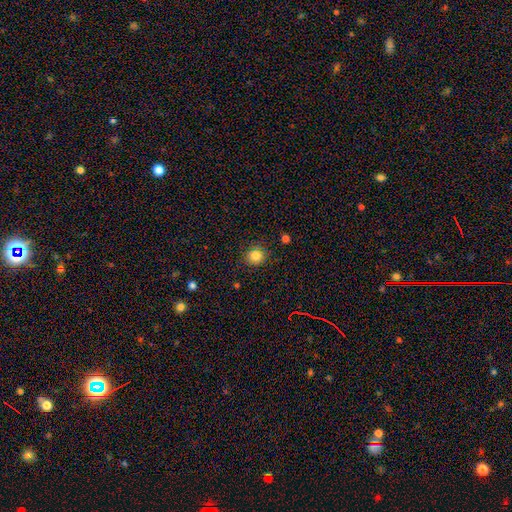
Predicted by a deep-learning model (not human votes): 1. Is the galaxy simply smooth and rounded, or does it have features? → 83% smooth, 12% star or artifact, 5% featured or disk.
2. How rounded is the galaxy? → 88% round, 11% in between, 1% cigar-shaped.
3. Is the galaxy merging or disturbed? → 88% none, 8% minor disturbance, 2% major disturbance, 1% merger.